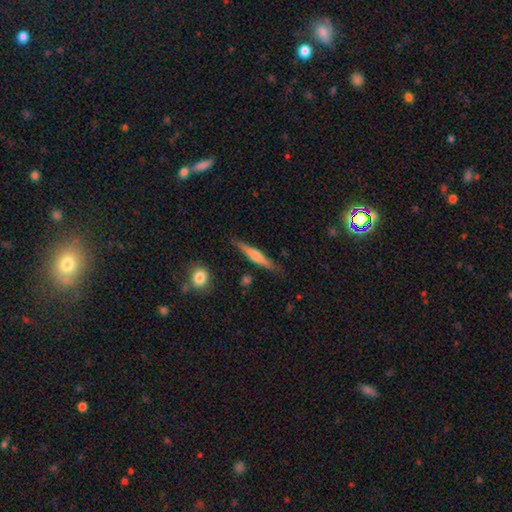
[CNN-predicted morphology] A featured or disk galaxy (48%). Merging: none (84%).